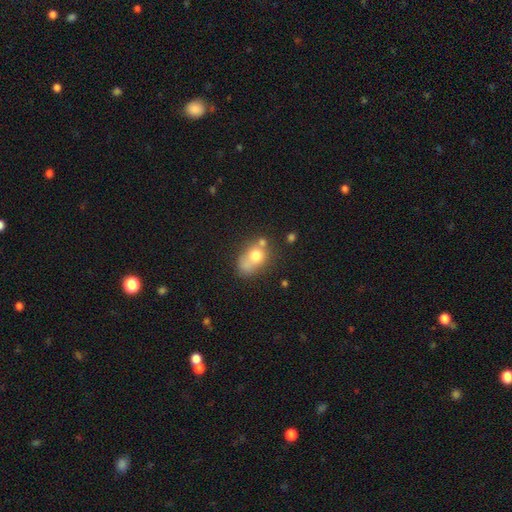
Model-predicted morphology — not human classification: A smooth galaxy with no disk features (69%) that is in between round and cigar-shaped (61%).

Vote fractions:
- Smooth or featured? smooth: 69% / featured or disk: 20% / star or artifact: 11%
- How rounded? in between: 61% / round: 37% / cigar-shaped: 2%
- Merging? merger: 36% / none: 31% / minor disturbance: 19% / major disturbance: 13%